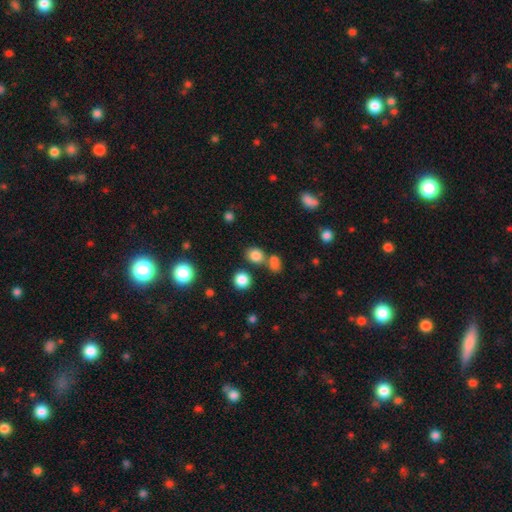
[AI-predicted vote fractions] Smooth or featured? Predicted: smooth (p=0.80). How rounded? Predicted: round (p=0.70). Merging? Predicted: none (p=0.65).